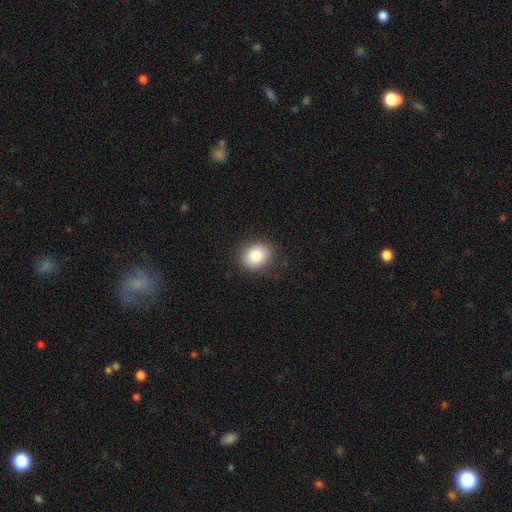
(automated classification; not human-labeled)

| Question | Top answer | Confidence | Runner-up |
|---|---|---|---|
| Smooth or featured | smooth | 82% | star or artifact (9%) |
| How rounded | round | 61% | in between (38%) |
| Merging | none | 88% | minor disturbance (9%) |